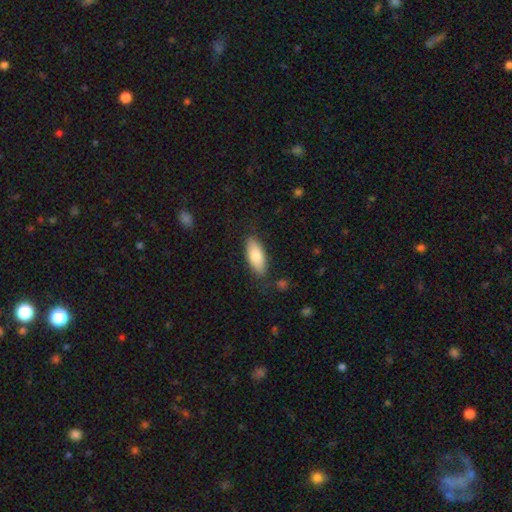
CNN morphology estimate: Smooth or featured? smooth (79%)
How rounded? in between (78%)
Merging? none (82%)